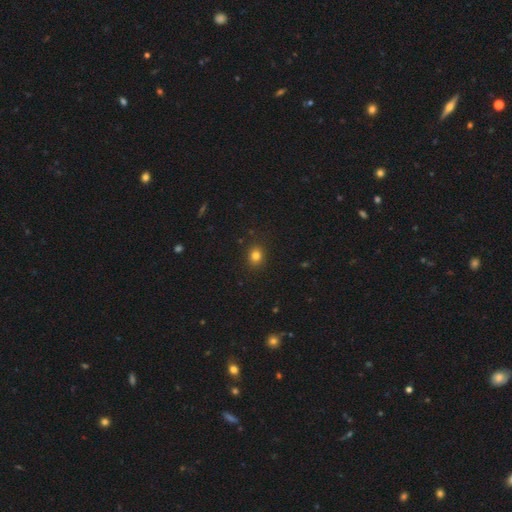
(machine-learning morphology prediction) Q: Smooth or featured?
A: smooth (81%); runner-up: star or artifact (13%)
Q: How rounded?
A: round (65%); runner-up: in between (34%)
Q: Merging?
A: none (89%); runner-up: minor disturbance (7%)